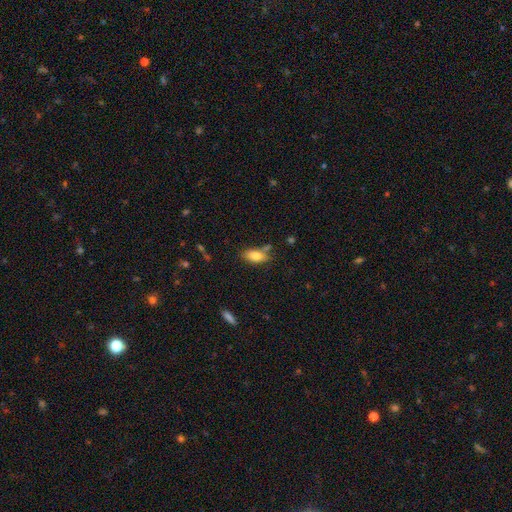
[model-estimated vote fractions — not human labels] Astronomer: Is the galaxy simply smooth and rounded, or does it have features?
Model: smooth — 82%.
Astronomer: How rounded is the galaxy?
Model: in between — 89%.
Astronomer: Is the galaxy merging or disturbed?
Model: none — 69%.